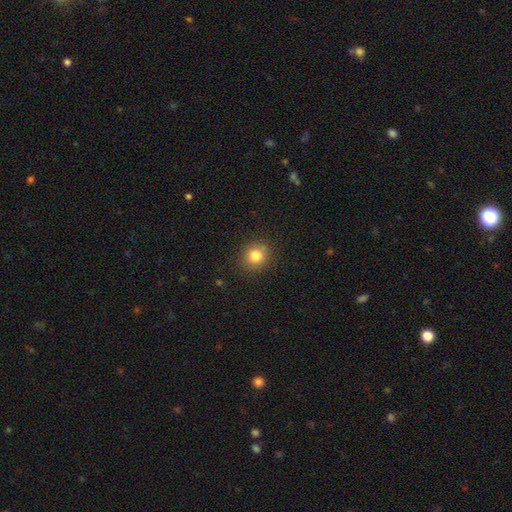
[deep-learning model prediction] Smooth or featured? smooth (82%)
How rounded? round (83%)
Merging? none (85%)